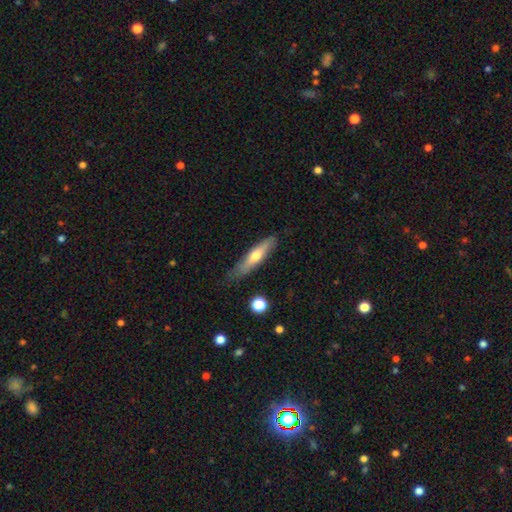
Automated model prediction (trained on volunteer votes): smooth 54%, featured or disk 40%, star or artifact 6%. Down the decision tree: how rounded — cigar-shaped (80%); merging — none (76%).